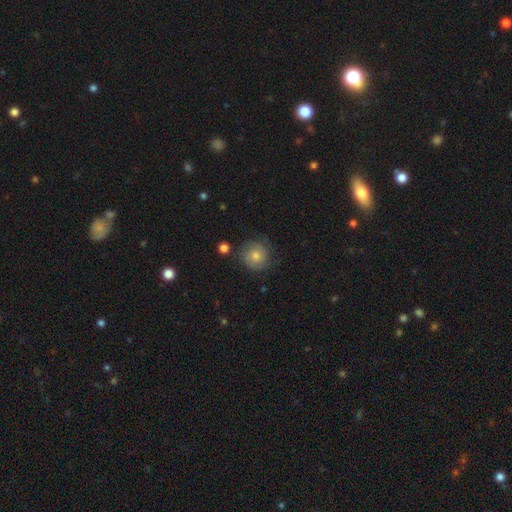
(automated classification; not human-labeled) Morphology: type=smooth (58%); roundness=round (89%); merging=none (72%).